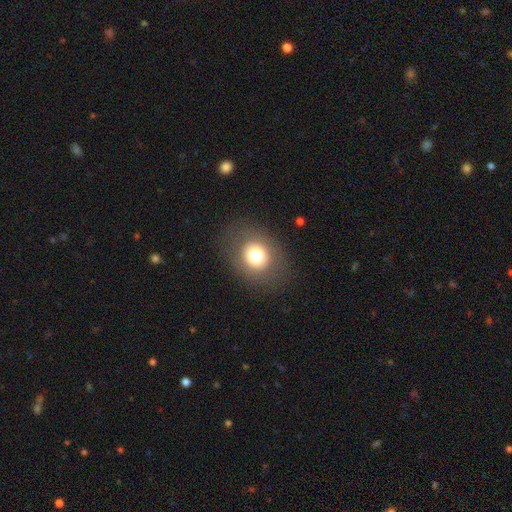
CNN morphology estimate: The model was most divided on "how rounded": round: 62%, in between: 37%, cigar-shaped: 1%. More confident: merging — none (83%); smooth or featured — smooth (71%).